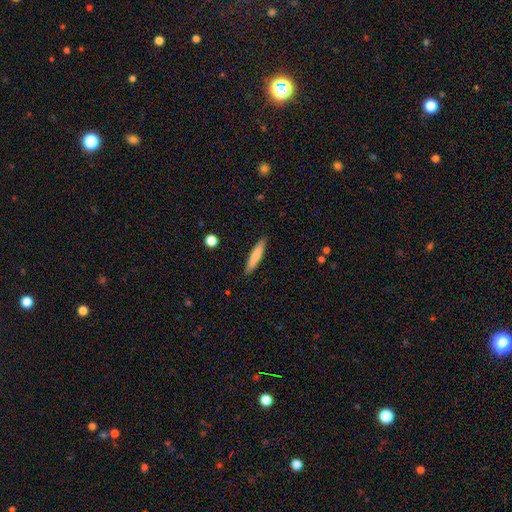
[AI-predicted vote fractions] Overall: smooth (76%). How rounded: cigar-shaped (90%). Merging: none (89%).